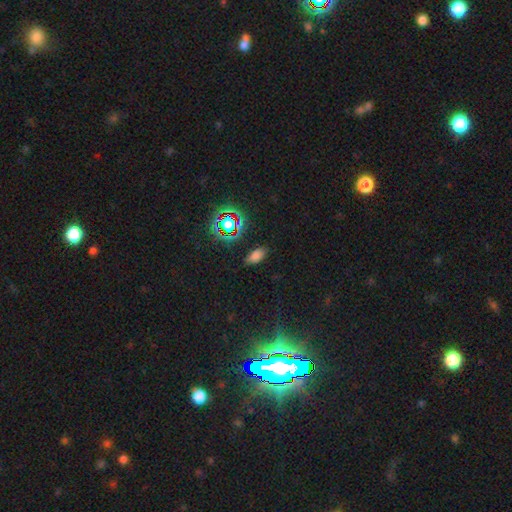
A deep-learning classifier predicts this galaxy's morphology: smooth_or_featured: smooth (p=0.70) [alt: star or artifact p=0.23]
how_rounded: in between (p=0.88) [alt: cigar-shaped p=0.06]
merging: none (p=0.84) [alt: minor disturbance p=0.11]